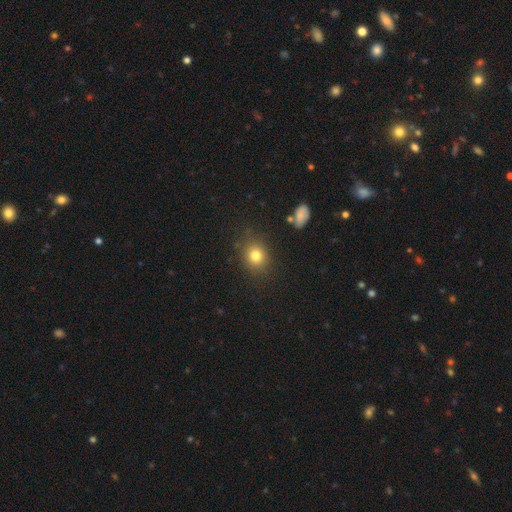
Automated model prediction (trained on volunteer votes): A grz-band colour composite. It shows a smooth galaxy with no disk features (79%) that is round (70%). Merging: none (82%).